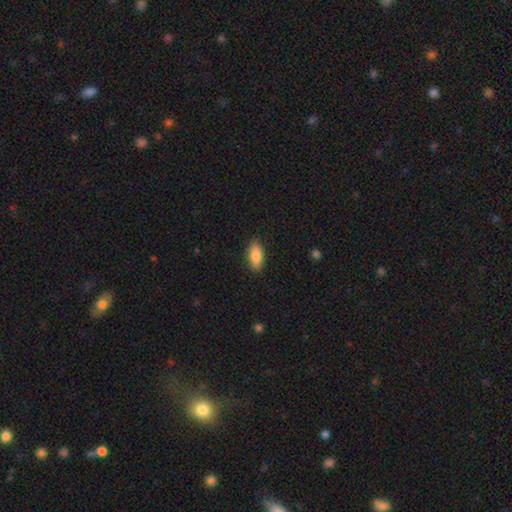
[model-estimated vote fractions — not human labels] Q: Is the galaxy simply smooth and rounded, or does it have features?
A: smooth — 82%.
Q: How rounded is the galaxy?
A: in between — 84%.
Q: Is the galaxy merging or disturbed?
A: none — 88%.